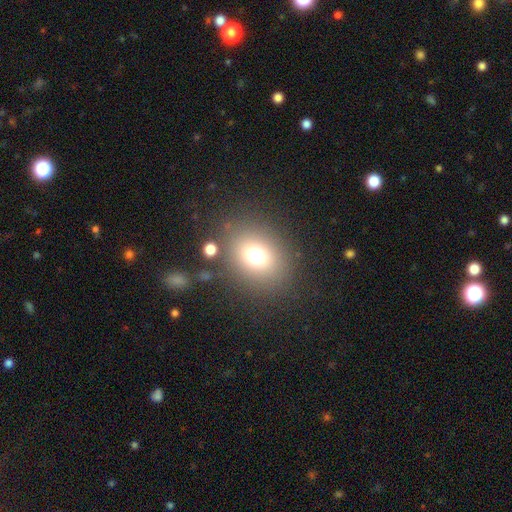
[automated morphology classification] type=smooth (72%); roundness=round (59%); merging=none (81%).